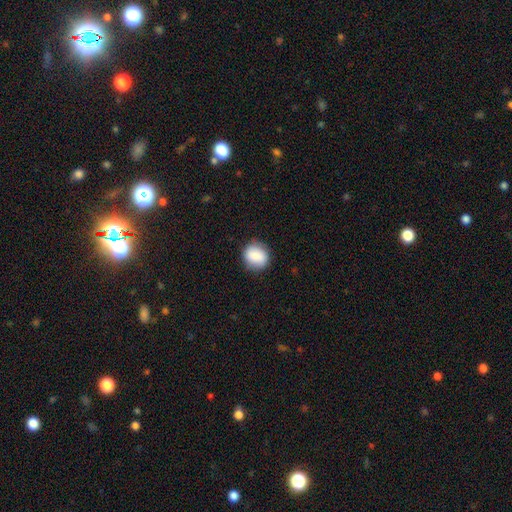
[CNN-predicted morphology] Smooth or featured? smooth (85%)
How rounded? round (75%)
Merging? none (84%)